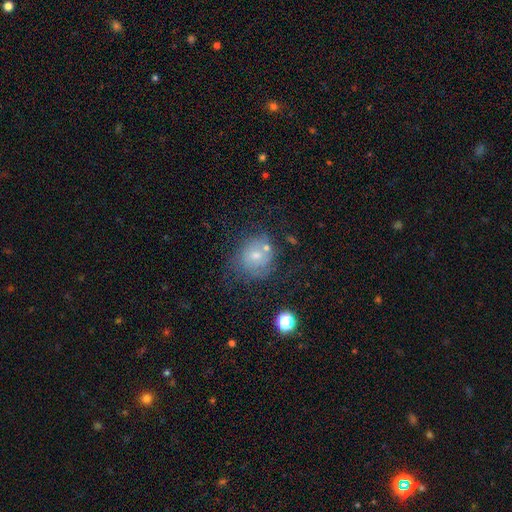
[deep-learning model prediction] Smooth or featured: smooth — 48% (featured or disk — 37%)
Merging: none — 50% (minor disturbance — 23%)